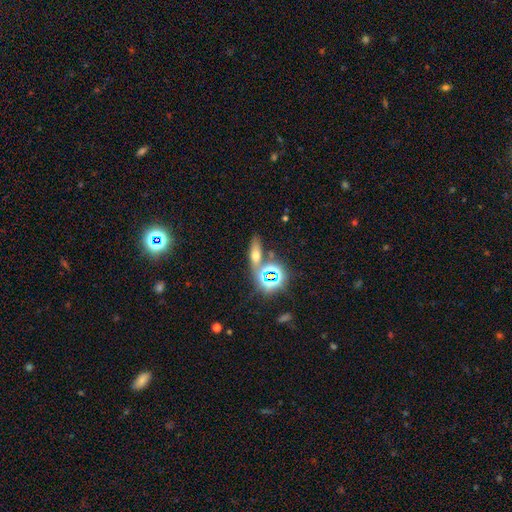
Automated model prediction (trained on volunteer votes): Smooth or featured: smooth — 48% (star or artifact — 32%)
Merging: none — 67% (merger — 18%)